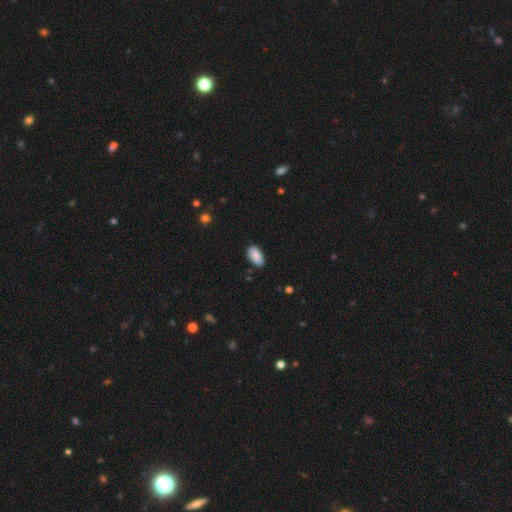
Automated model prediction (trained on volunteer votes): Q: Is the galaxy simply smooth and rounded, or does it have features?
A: smooth — 88%.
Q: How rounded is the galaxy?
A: in between — 94%.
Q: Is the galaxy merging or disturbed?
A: none — 82%.